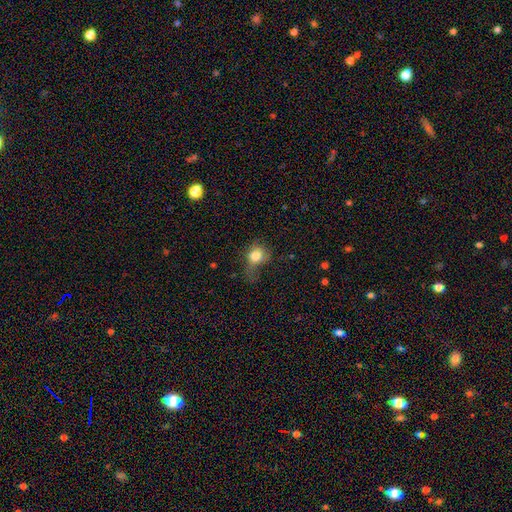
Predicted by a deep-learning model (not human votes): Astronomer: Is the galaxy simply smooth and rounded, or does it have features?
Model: smooth — 76%.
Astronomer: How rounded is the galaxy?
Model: round — 63%.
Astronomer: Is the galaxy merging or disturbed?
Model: major disturbance — 38% (runner-up: none, 30%).